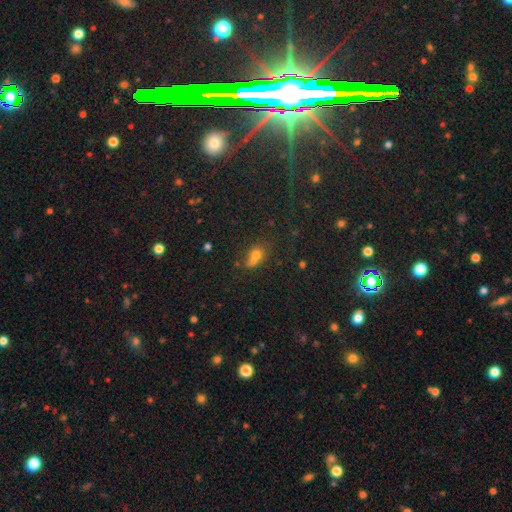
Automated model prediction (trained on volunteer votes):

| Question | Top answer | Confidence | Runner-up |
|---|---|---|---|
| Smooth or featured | smooth | 67% | star or artifact (21%) |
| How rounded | round | 51% | in between (46%) |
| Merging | none | 41% | merger (33%) |